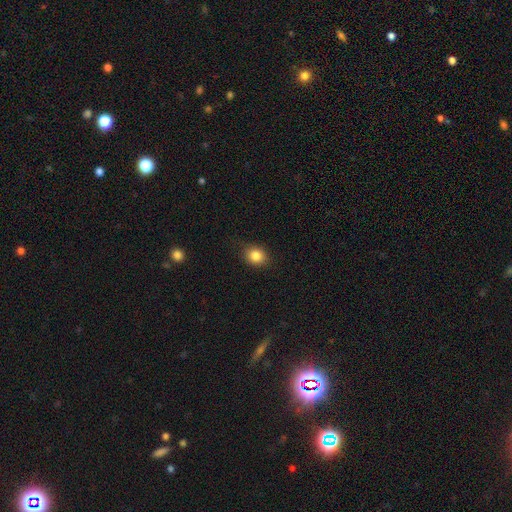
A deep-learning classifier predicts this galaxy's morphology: Q: Smooth or featured?
A: smooth (84%); runner-up: star or artifact (10%)
Q: How rounded?
A: round (63%); runner-up: in between (36%)
Q: Merging?
A: none (80%); runner-up: minor disturbance (15%)